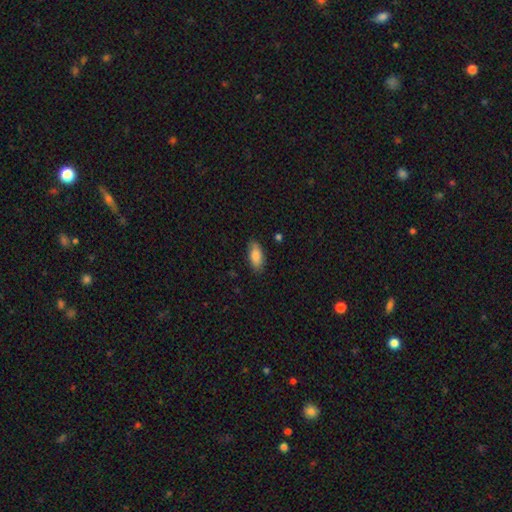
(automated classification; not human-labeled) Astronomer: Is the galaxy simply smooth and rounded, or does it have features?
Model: smooth — 86%.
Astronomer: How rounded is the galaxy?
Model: in between — 88%.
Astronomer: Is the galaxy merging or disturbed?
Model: none — 82%.